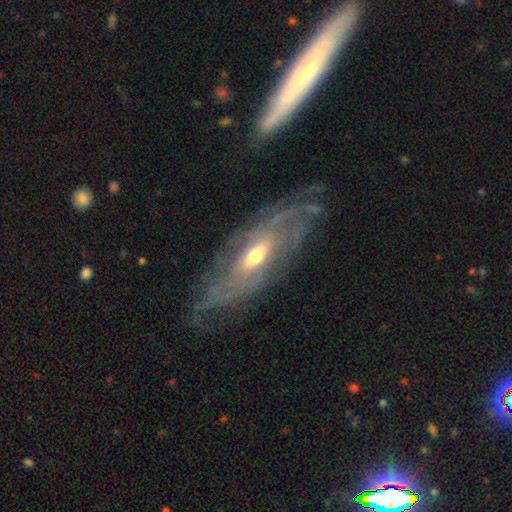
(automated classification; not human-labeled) Morphology: type=featured or disk (82%); edge-on=no (80%); bar=no (56%); spiral arms=yes (80%); winding=tight (52%); arm count=can't tell (47%); bulge=moderate (64%); merging=none (65%).